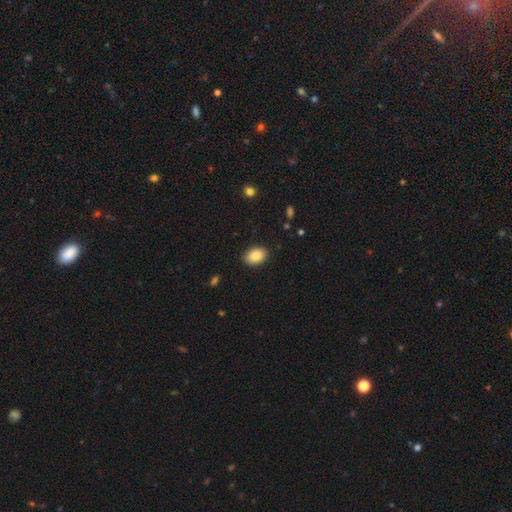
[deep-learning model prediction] Smooth or featured? Predicted: smooth (p=0.88). How rounded? Predicted: in between (p=0.85). Merging? Predicted: none (p=0.89).